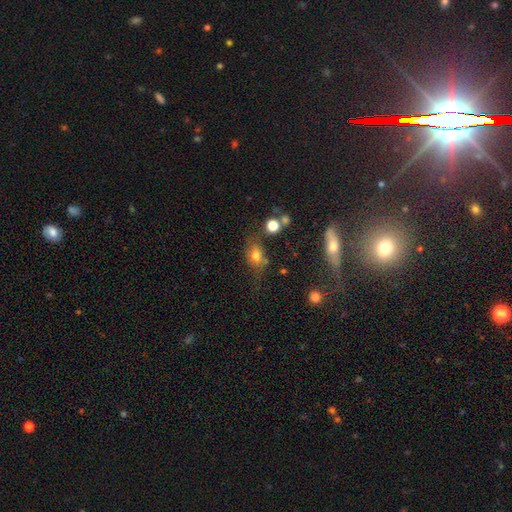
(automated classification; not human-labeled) Smooth or featured? Predicted: smooth (p=0.73). How rounded? Predicted: in between (p=0.66). Merging? Predicted: none (p=0.56).